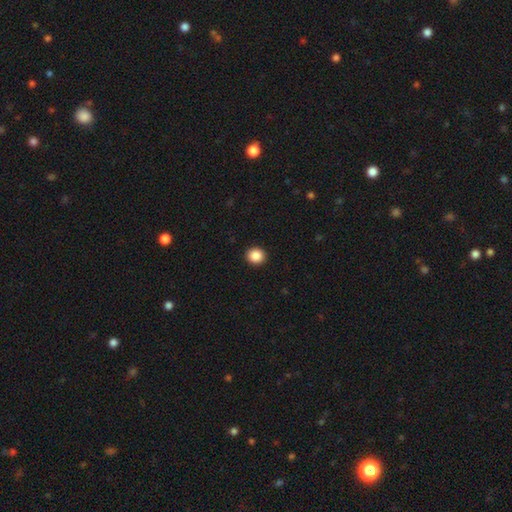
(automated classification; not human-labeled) smooth_or_featured: smooth (p=0.88) [alt: star or artifact p=0.09]
how_rounded: round (p=0.85) [alt: in between p=0.15]
merging: none (p=0.93) [alt: minor disturbance p=0.04]